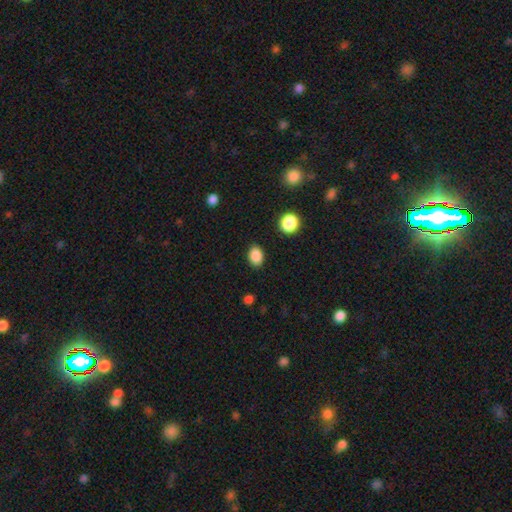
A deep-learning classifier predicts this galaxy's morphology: Overall: smooth (87%). How rounded: in between (71%). Merging: none (87%).